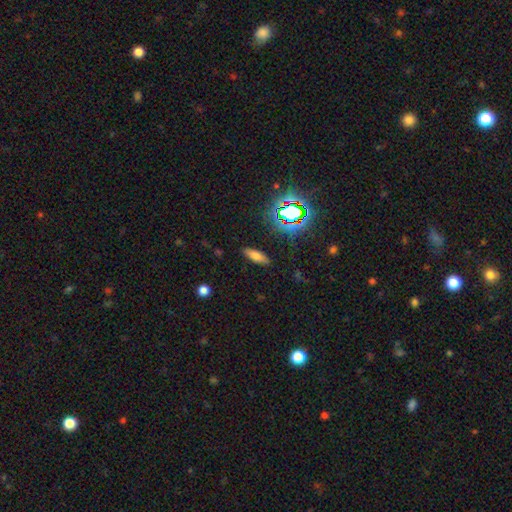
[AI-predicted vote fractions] A smooth galaxy with no disk features (70%) that is in between round and cigar-shaped (62%).

Vote fractions:
- Smooth or featured? smooth: 70% / star or artifact: 16% / featured or disk: 13%
- How rounded? in between: 62% / cigar-shaped: 35% / round: 4%
- Merging? none: 86% / minor disturbance: 10% / major disturbance: 3% / merger: 1%